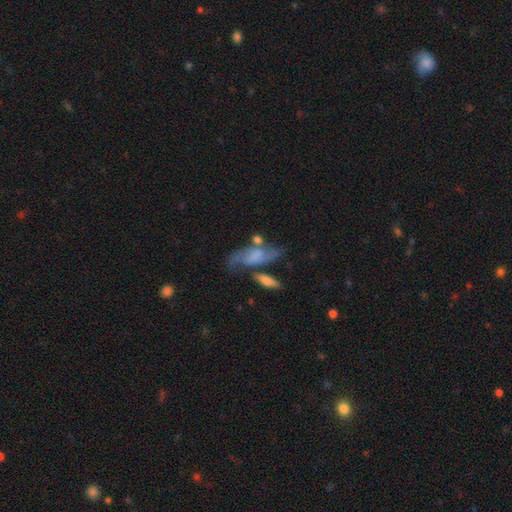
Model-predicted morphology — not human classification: featured or disk 50%, smooth 41%, star or artifact 9%. Down the decision tree: merging — none (45%).